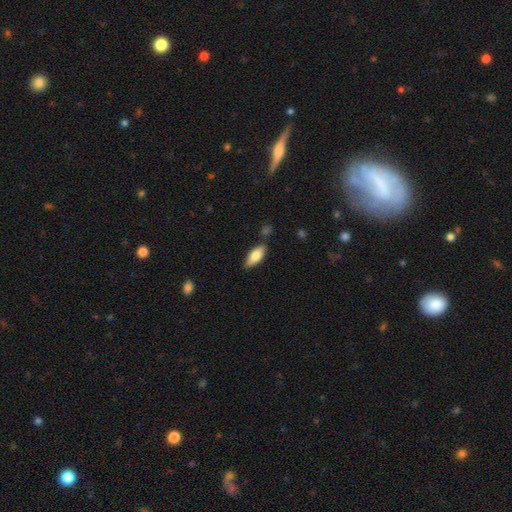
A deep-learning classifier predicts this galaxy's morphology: Smooth or featured? smooth (76%)
How rounded? in between (83%)
Merging? none (78%)